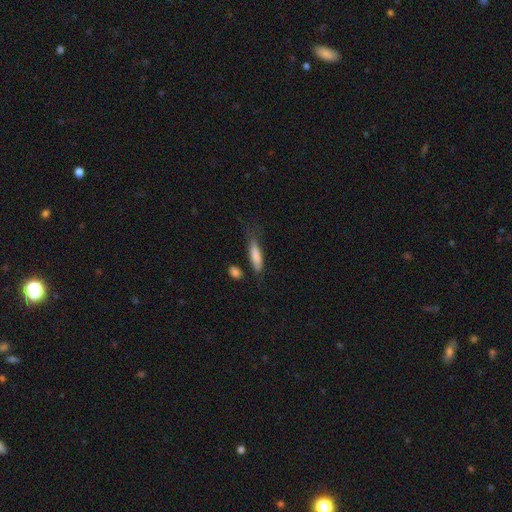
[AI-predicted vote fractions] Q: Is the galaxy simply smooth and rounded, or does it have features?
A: smooth — 81%.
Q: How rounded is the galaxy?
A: cigar-shaped — 61%.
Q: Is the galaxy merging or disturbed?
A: none — 55%.